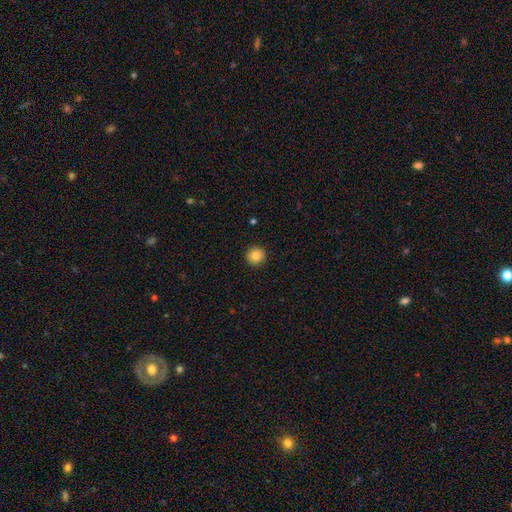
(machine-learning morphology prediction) This appears to be a smooth galaxy with no disk features (85%) that is round (95%). Merging: none (93%).